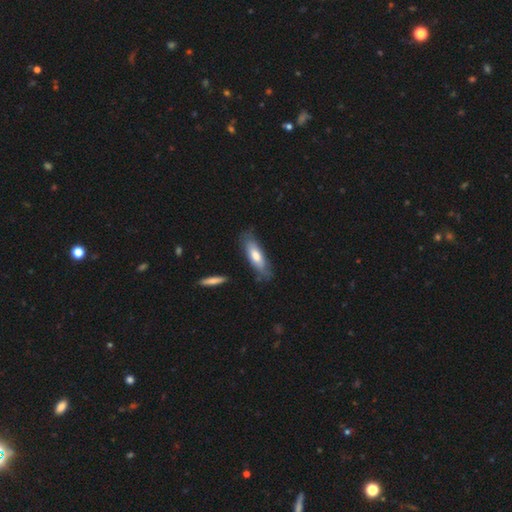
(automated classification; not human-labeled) This appears to be a smooth galaxy with no disk features (63%) that is in between round and cigar-shaped (50%). Merging: none (73%).